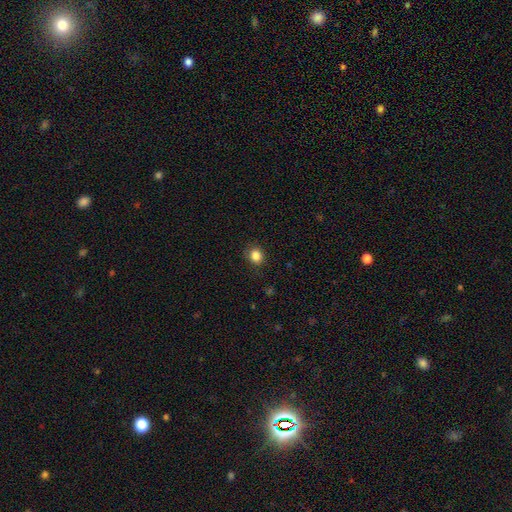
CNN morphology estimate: Smooth or featured?
  - smooth: 85% *
  - star or artifact: 11%
  - featured or disk: 4%
How rounded?
  - round: 70% *
  - in between: 29%
  - cigar-shaped: 1%
Merging?
  - none: 87% *
  - minor disturbance: 10%
  - major disturbance: 3%
  - merger: 1%